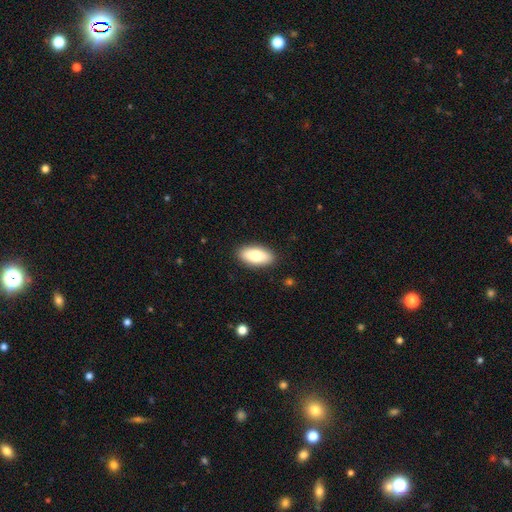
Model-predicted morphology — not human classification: Q: Smooth or featured?
A: smooth (78%); runner-up: featured or disk (16%)
Q: How rounded?
A: in between (90%); runner-up: cigar-shaped (7%)
Q: Merging?
A: none (90%); runner-up: minor disturbance (7%)